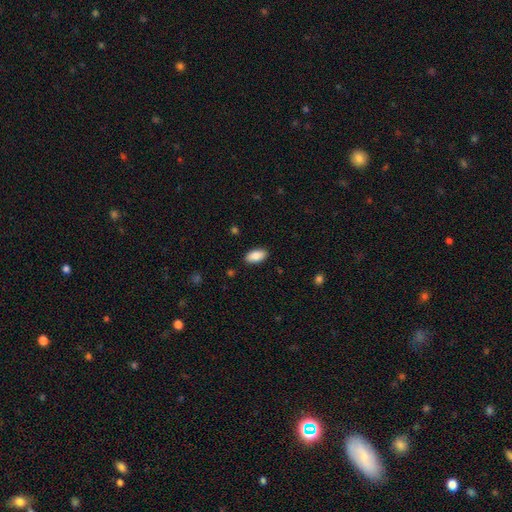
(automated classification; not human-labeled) This appears to be a smooth galaxy with no disk features (87%) that is in between round and cigar-shaped (93%). Merging: none (89%).